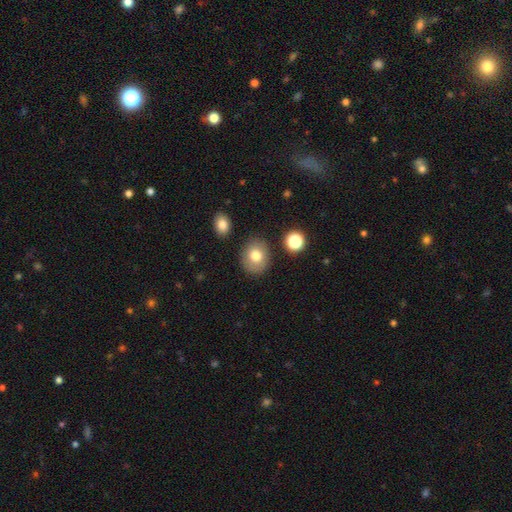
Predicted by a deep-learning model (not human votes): This is likely a smooth galaxy (77%). How rounded: likely round (63%). Merging: clearly none (83%).